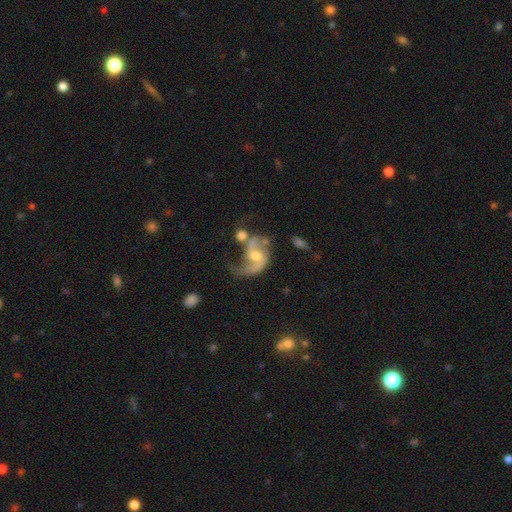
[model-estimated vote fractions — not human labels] Smooth or featured: featured or disk — 82% (smooth — 11%)
Edge-on disk: no — 97% (yes — 3%)
Bar: no — 44% (tied with weak — 44%)
Spiral arms: yes — 92% (no — 8%)
Spiral winding: loose — 59% (medium — 34%)
Spiral arm count: 2 — 73% (1 — 19%)
Bulge size: moderate — 57% (small — 31%)
Merging: none — 31% (merger — 26%)